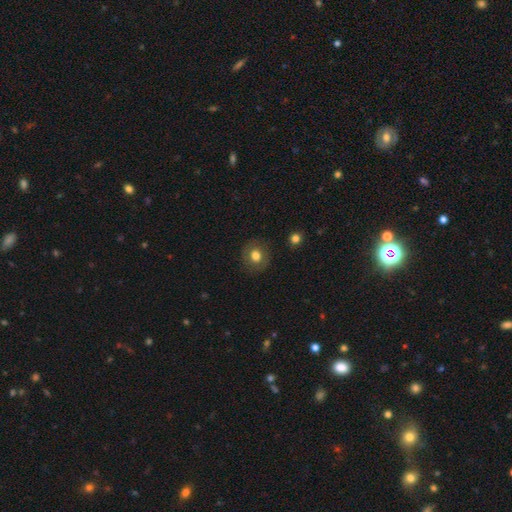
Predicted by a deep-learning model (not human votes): Overall: smooth (74%). How rounded: round (82%). Merging: none (87%).